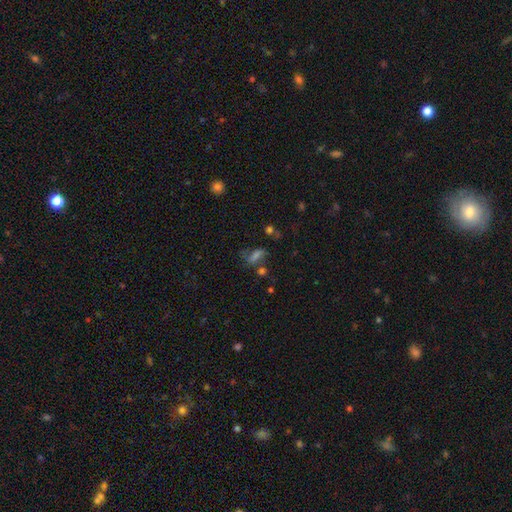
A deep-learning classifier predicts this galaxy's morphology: The model was most divided on "smooth or featured": smooth: 38%, star or artifact: 33%, featured or disk: 29%. More confident: merging — none (50%).